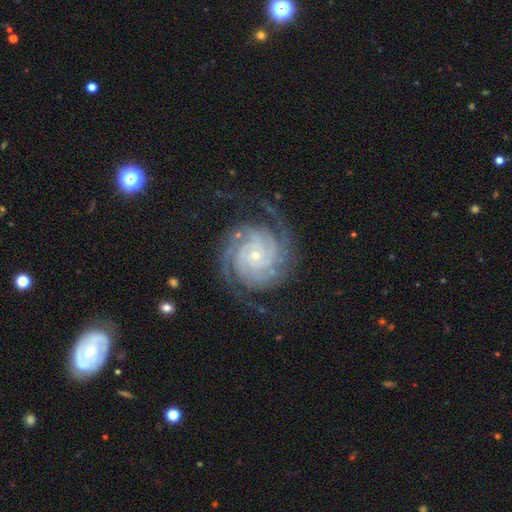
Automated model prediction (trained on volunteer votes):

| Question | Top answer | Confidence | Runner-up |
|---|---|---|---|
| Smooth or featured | featured or disk | 92% | star or artifact (5%) |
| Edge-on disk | no | 98% | yes (2%) |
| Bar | no | 74% | weak (19%) |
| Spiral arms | yes | 99% | no (1%) |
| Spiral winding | tight | 79% | medium (18%) |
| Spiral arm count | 3 | 26% | 2 (25%) |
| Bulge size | small | 80% | moderate (16%) |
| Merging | none | 75% | minor disturbance (15%) |